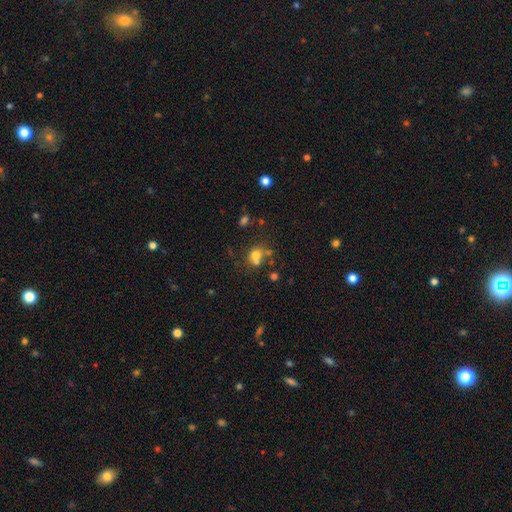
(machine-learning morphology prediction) type=smooth (66%); roundness=round (76%); merging=none (47%).